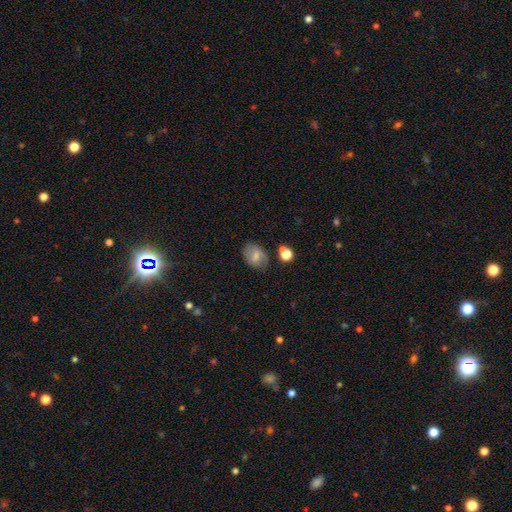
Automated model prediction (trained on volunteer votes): The model was most divided on "smooth or featured": smooth: 70%, featured or disk: 20%, star or artifact: 10%. More confident: how rounded — in between (78%); merging — none (73%).